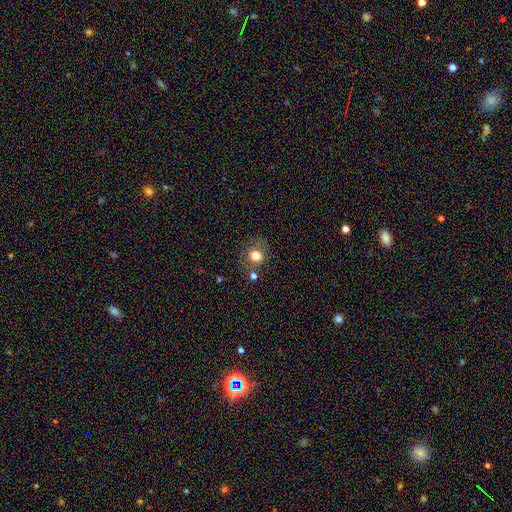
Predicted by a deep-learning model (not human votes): A smooth galaxy with no disk features (78%) that is round (80%). Merging: none (69%).